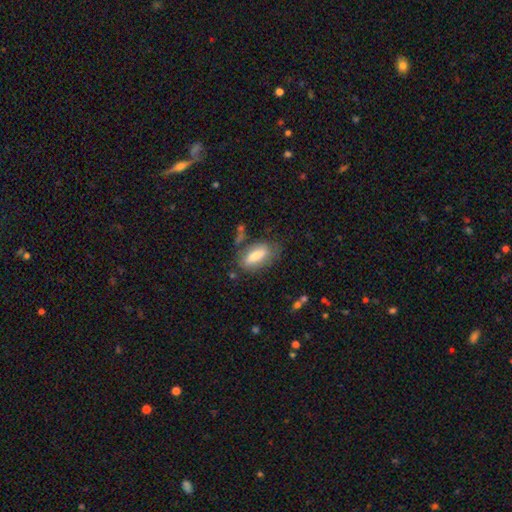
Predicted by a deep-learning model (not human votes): A smooth galaxy with no disk features (77%) that is in between round and cigar-shaped (78%).

Vote fractions:
- Smooth or featured? smooth: 77% / featured or disk: 16% / star or artifact: 7%
- How rounded? in between: 78% / cigar-shaped: 19% / round: 3%
- Merging? none: 66% / minor disturbance: 20% / major disturbance: 8% / merger: 5%